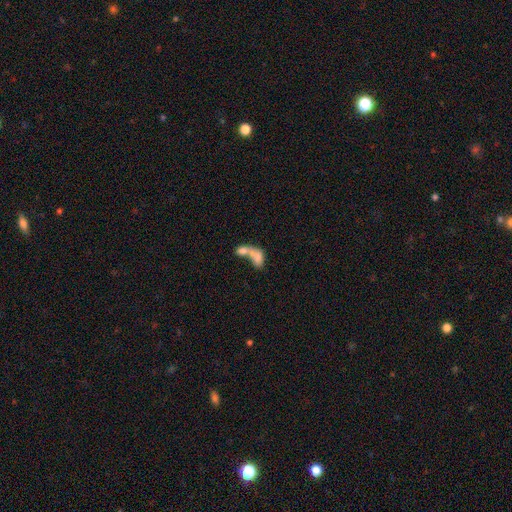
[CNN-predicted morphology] Smooth or featured?
  - smooth: 66% *
  - featured or disk: 25%
  - star or artifact: 9%
How rounded?
  - in between: 82% *
  - round: 11%
  - cigar-shaped: 7%
Merging?
  - merger: 73% *
  - none: 12%
  - major disturbance: 9%
  - minor disturbance: 6%